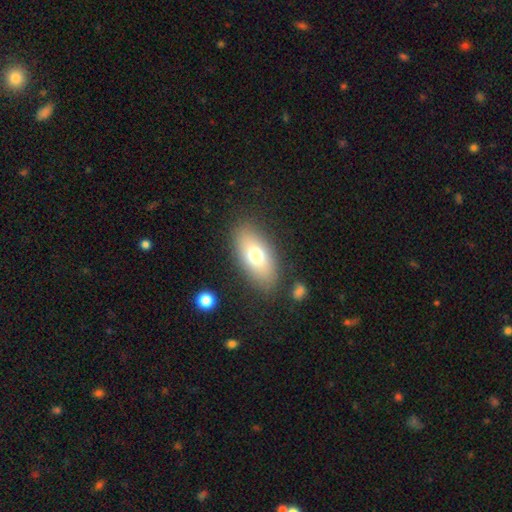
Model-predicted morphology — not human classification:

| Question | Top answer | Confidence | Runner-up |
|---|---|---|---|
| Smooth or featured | smooth | 70% | featured or disk (21%) |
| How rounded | in between | 88% | cigar-shaped (7%) |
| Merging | none | 83% | minor disturbance (10%) |